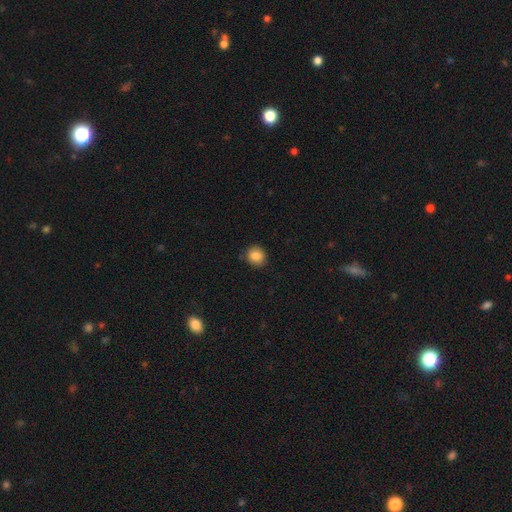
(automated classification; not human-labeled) smooth 86%, star or artifact 9%, featured or disk 5%. Down the decision tree: how rounded — round (83%); merging — none (85%).